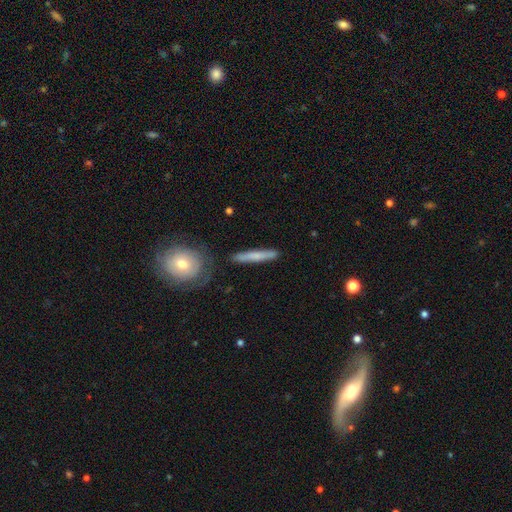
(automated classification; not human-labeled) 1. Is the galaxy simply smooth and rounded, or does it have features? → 63% smooth, 31% featured or disk, 6% star or artifact.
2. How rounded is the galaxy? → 92% cigar-shaped, 5% in between, 2% round.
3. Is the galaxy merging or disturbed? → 83% none, 11% minor disturbance, 4% merger, 3% major disturbance.